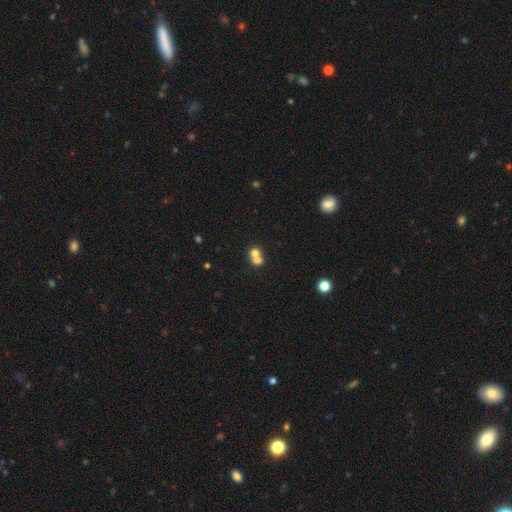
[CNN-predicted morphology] Smooth or featured?
  - smooth: 69% *
  - featured or disk: 18%
  - star or artifact: 12%
How rounded?
  - round: 75% *
  - in between: 24%
  - cigar-shaped: 1%
Merging?
  - merger: 65% *
  - none: 28%
  - minor disturbance: 5%
  - major disturbance: 3%